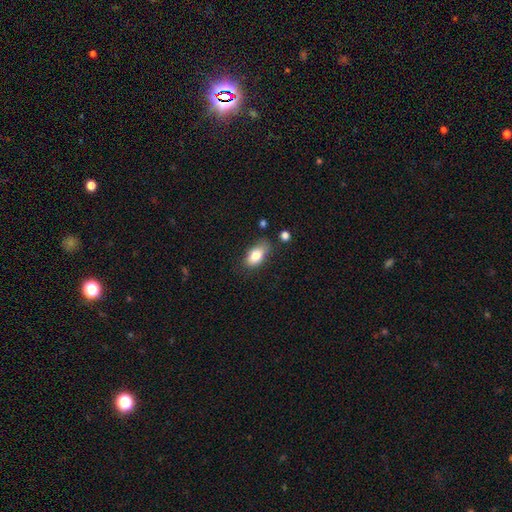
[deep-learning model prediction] Smooth or featured? Predicted: smooth (p=0.81). How rounded? Predicted: in between (p=0.90). Merging? Predicted: none (p=0.67).